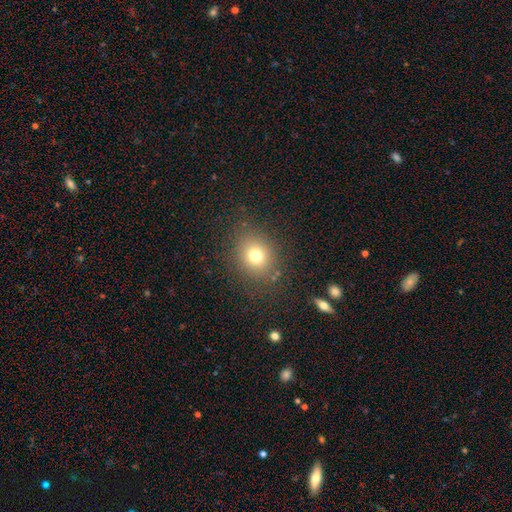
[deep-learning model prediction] Overall: smooth (73%). How rounded: round (68%; in between 31%). Merging: none (84%).